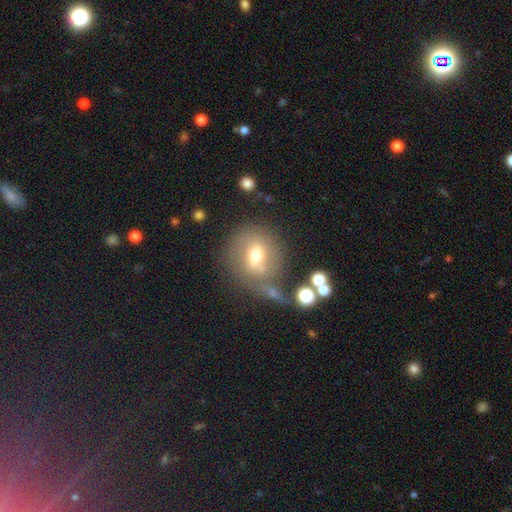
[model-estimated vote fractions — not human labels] Smooth or featured?
  - smooth: 54% *
  - featured or disk: 34%
  - star or artifact: 12%
How rounded?
  - round: 74% *
  - in between: 25%
  - cigar-shaped: 2%
Merging?
  - none: 58% *
  - merger: 16%
  - minor disturbance: 16%
  - major disturbance: 10%